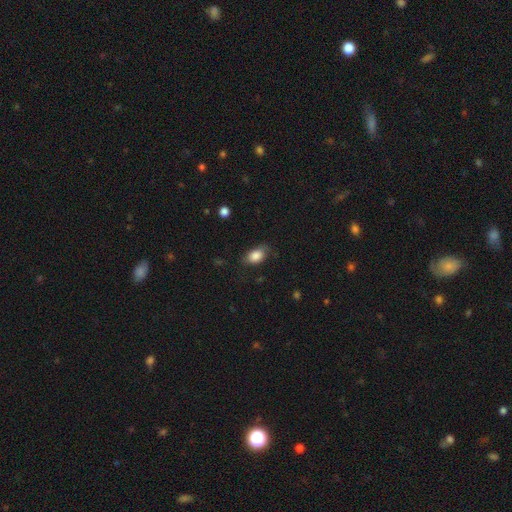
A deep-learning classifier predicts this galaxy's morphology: This is clearly a smooth galaxy (85%). How rounded: clearly in between (86%). Merging: likely none (68%).